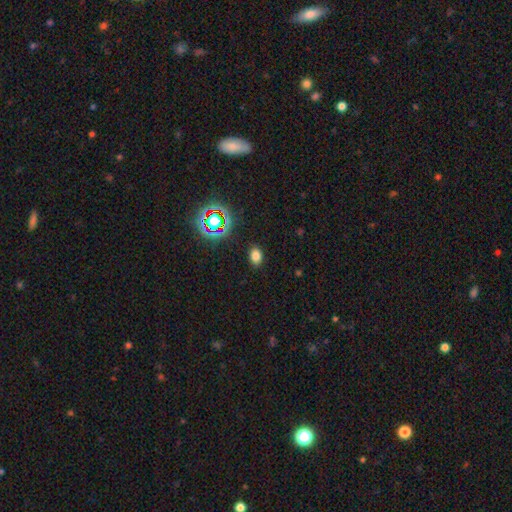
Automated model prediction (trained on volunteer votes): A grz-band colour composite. It shows a smooth galaxy with no disk features (76%) that is in between round and cigar-shaped (76%). Merging: none (87%).